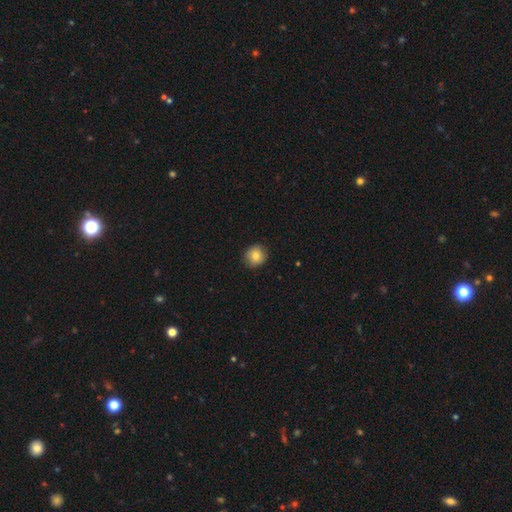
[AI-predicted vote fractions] smooth_or_featured: smooth (p=0.81) [alt: featured or disk p=0.10]
how_rounded: round (p=0.88) [alt: in between p=0.11]
merging: none (p=0.85) [alt: minor disturbance p=0.11]